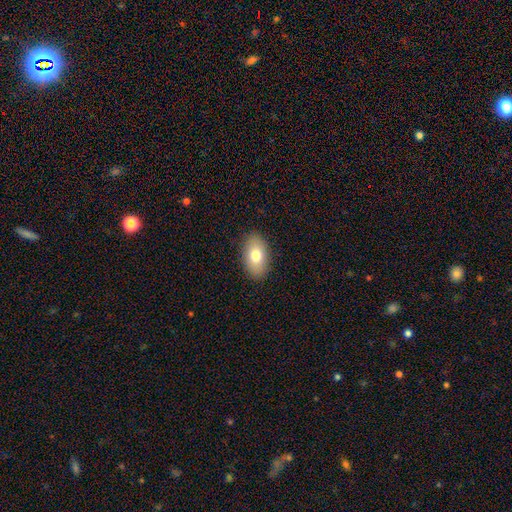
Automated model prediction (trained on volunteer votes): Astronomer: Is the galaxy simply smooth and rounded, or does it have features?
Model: smooth — 76%.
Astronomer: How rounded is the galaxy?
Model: in between — 92%.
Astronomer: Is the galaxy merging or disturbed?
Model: none — 88%.